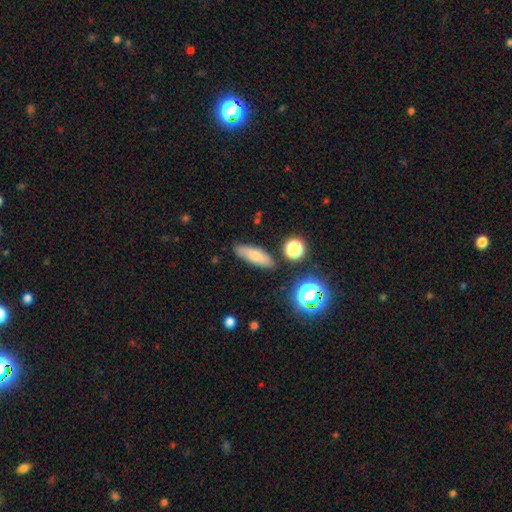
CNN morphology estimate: smooth-or-featured: smooth: 75% | featured or disk: 15% | star or artifact: 10%
  how-rounded: in between: 54% | cigar-shaped: 41% | round: 4%
  merging: none: 82% | minor disturbance: 11% | merger: 4% | major disturbance: 3%